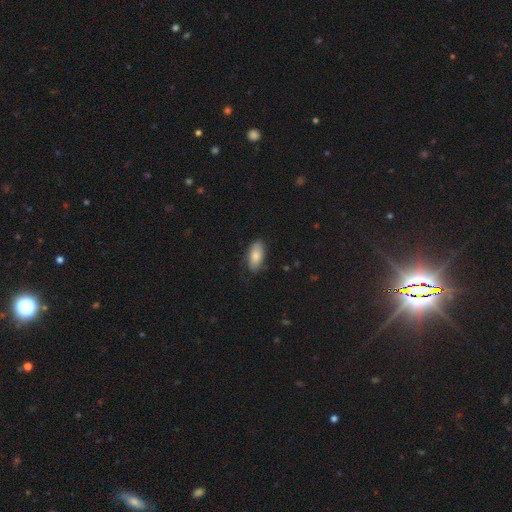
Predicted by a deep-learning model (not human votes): Morphology: type=smooth (81%); roundness=in between (91%); merging=none (76%).